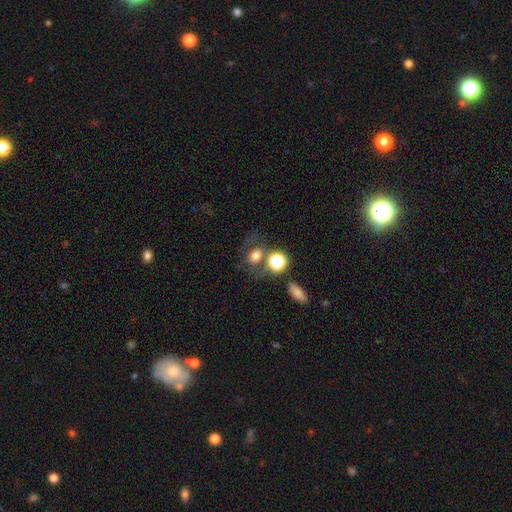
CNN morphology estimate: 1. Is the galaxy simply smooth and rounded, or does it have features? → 63% smooth, 20% featured or disk, 16% star or artifact.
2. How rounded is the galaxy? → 54% in between, 44% round, 2% cigar-shaped.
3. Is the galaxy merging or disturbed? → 53% none, 20% merger, 15% minor disturbance, 12% major disturbance.